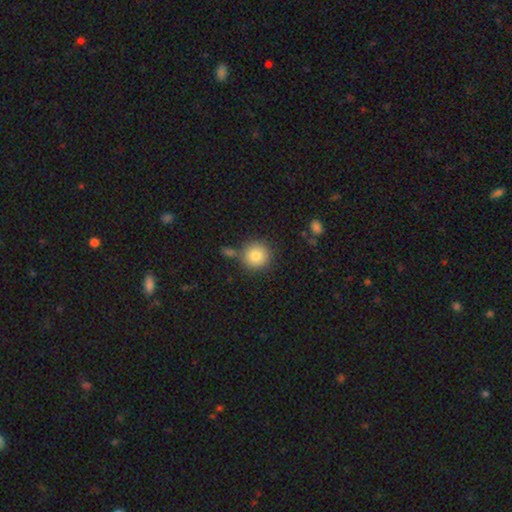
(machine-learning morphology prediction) Q: Smooth or featured?
A: smooth (83%); runner-up: star or artifact (9%)
Q: How rounded?
A: round (93%); runner-up: in between (6%)
Q: Merging?
A: none (76%); runner-up: merger (11%)